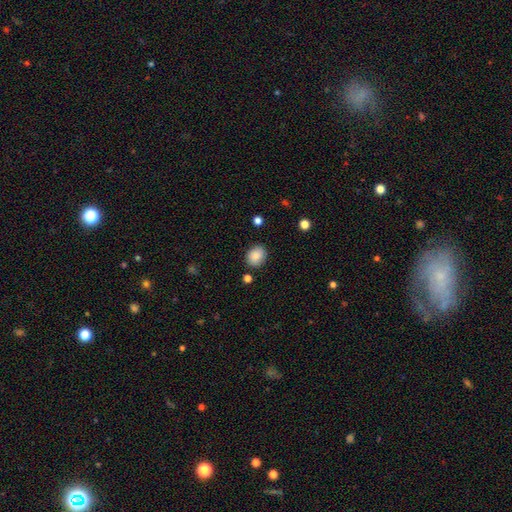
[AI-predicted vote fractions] Smooth or featured? smooth (87%)
How rounded? in between (50%)
Merging? none (84%)